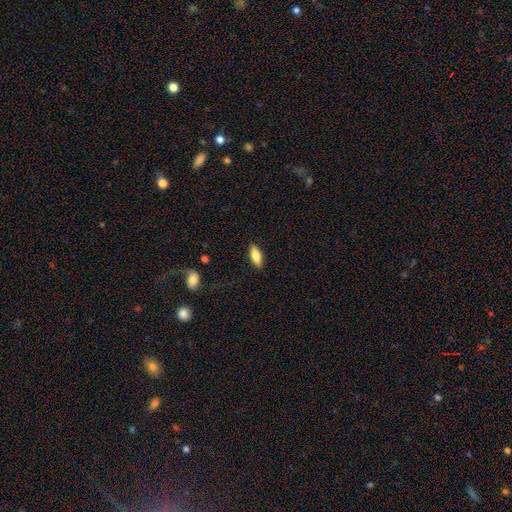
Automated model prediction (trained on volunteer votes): Smooth or featured? smooth (75%)
How rounded? in between (73%)
Merging? none (88%)